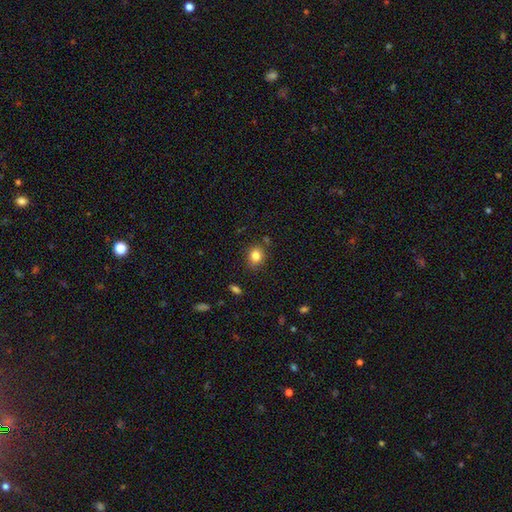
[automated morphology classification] Smooth or featured: smooth — 82% (star or artifact — 11%)
How rounded: round — 71% (in between — 28%)
Merging: none — 82% (minor disturbance — 11%)